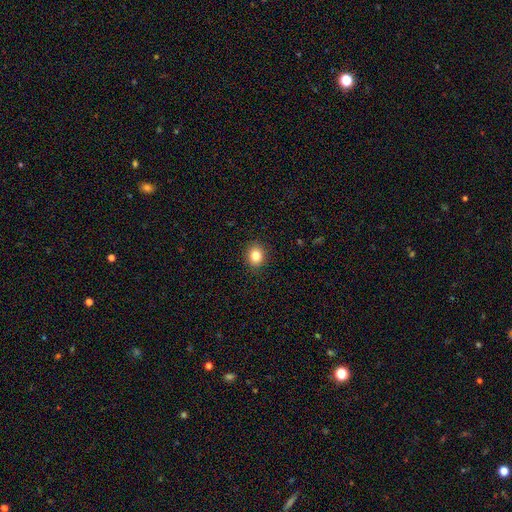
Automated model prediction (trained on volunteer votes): smooth-or-featured: smooth: 83% | star or artifact: 11% | featured or disk: 6%
  how-rounded: round: 67% | in between: 32% | cigar-shaped: 1%
  merging: none: 90% | minor disturbance: 7% | major disturbance: 2% | merger: 1%